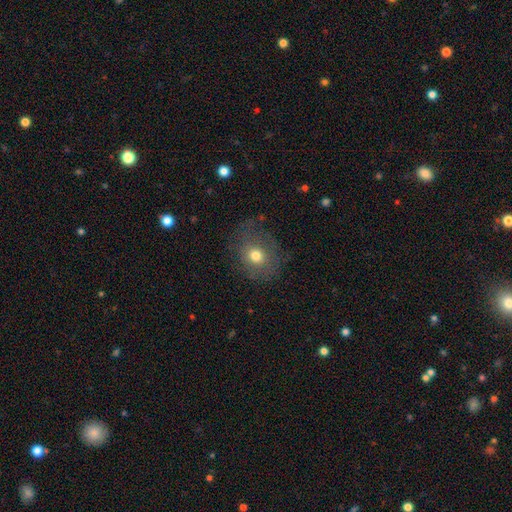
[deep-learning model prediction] This appears to be a smooth galaxy with no disk features (70%) that is round (70%). Merging: none (67%).